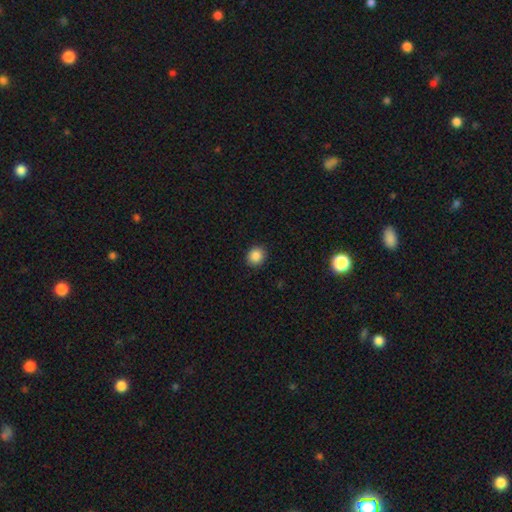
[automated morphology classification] Q: Smooth or featured?
A: smooth (87%); runner-up: star or artifact (10%)
Q: How rounded?
A: round (82%); runner-up: in between (17%)
Q: Merging?
A: none (90%); runner-up: minor disturbance (7%)